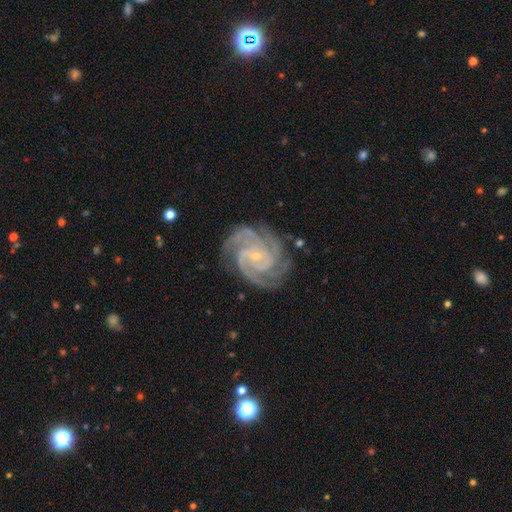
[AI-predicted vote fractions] A featured or disk galaxy (92%) with no bar (59%), 3 (36%) tight (70%) spiral arms (99%) and a small central bulge (85%).

Vote fractions:
- Smooth or featured? featured or disk: 92% / star or artifact: 5% / smooth: 3%
- Edge-on disk? no: 98% / yes: 2%
- Bar? no: 59% / weak: 30% / strong: 11%
- Spiral arms? yes: 99% / no: 1%
- Spiral winding? tight: 70% / medium: 27% / loose: 3%
- Spiral arm count? 3: 36% / 4: 27% / 2: 14% / can't tell: 9% / more than 4: 7% / 1: 6%
- Bulge size? small: 85% / moderate: 11% / none: 2% / large: 1% / dominant: 1%
- Merging? none: 79% / minor disturbance: 15% / major disturbance: 5% / merger: 1%